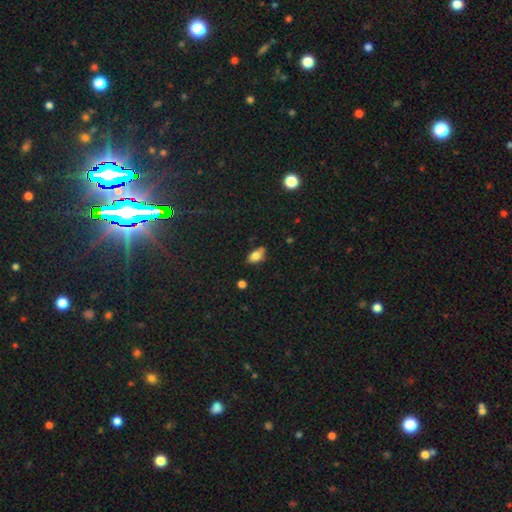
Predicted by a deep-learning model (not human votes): Smooth or featured?
  - smooth: 72% *
  - featured or disk: 18%
  - star or artifact: 10%
How rounded?
  - in between: 85% *
  - round: 7%
  - cigar-shaped: 7%
Merging?
  - none: 67% *
  - minor disturbance: 23%
  - major disturbance: 5%
  - merger: 5%